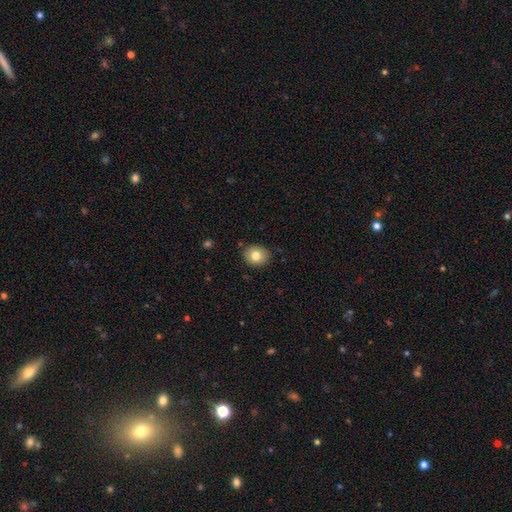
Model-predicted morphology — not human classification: This is likely a smooth galaxy (80%). How rounded: likely round (67%). Merging: clearly none (87%).